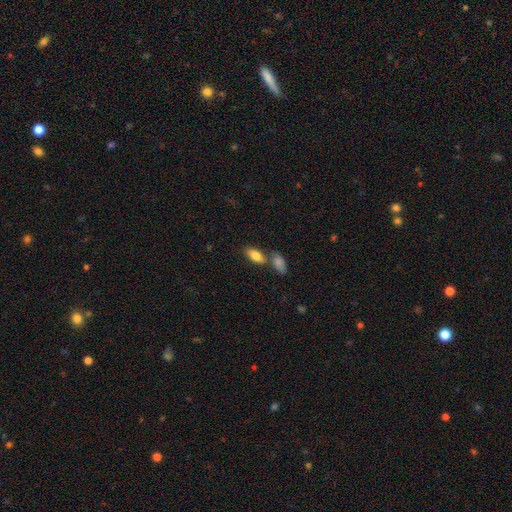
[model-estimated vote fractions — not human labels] Morphology: type=smooth (82%); roundness=in between (88%); merging=none (52%).